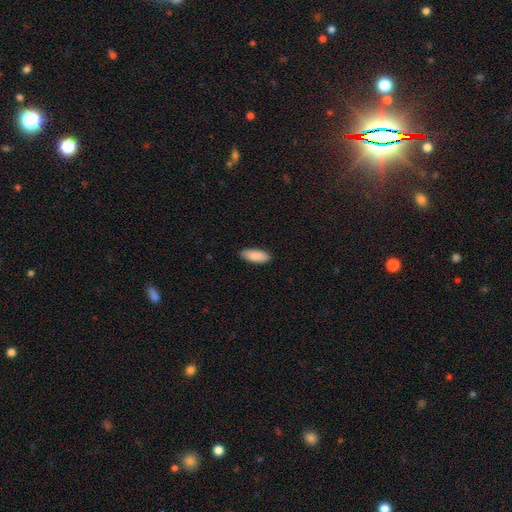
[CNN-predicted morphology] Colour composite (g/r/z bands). It shows a smooth galaxy with no disk features (90%) that is in between round and cigar-shaped (80%). Merging: none (88%).